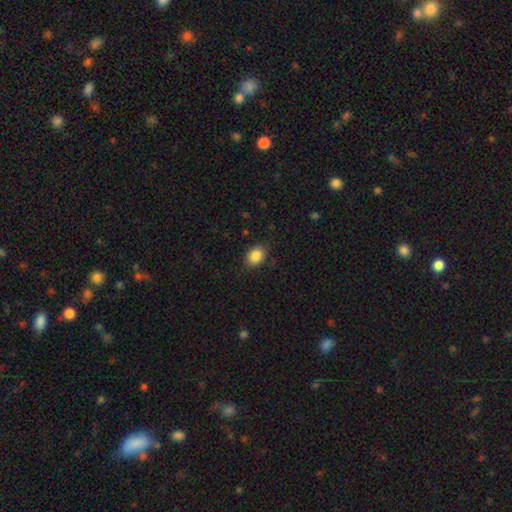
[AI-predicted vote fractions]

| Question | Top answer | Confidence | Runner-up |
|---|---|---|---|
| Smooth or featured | smooth | 86% | star or artifact (9%) |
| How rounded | in between | 65% | round (34%) |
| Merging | none | 85% | minor disturbance (11%) |